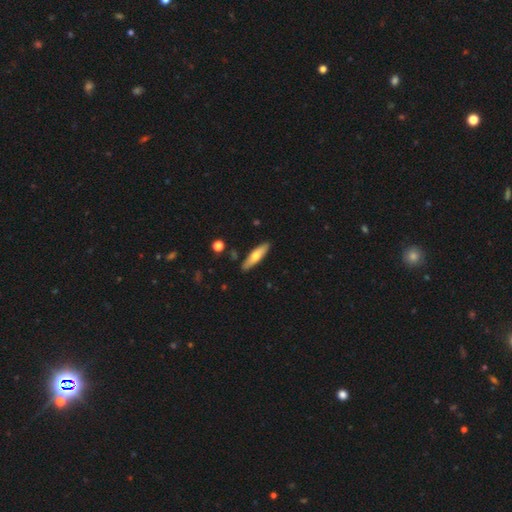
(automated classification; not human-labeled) This appears to be a smooth galaxy with no disk features (60%) that is cigar-shaped (70%). Merging: none (88%).